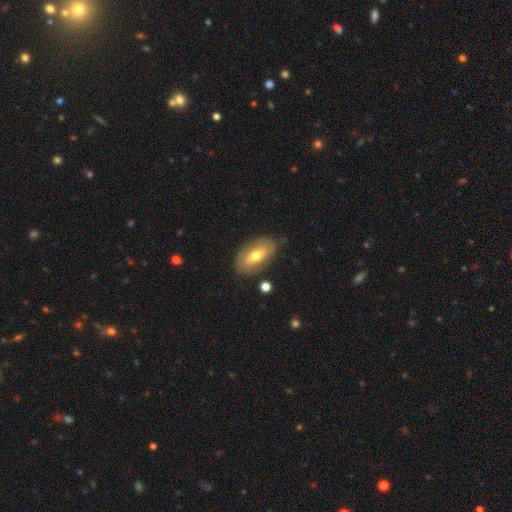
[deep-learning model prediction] A smooth galaxy with no disk features (57%) that is in between round and cigar-shaped (91%).

Vote fractions:
- Smooth or featured? smooth: 57% / featured or disk: 36% / star or artifact: 7%
- How rounded? in between: 91% / cigar-shaped: 5% / round: 5%
- Merging? none: 78% / minor disturbance: 16% / major disturbance: 4% / merger: 2%